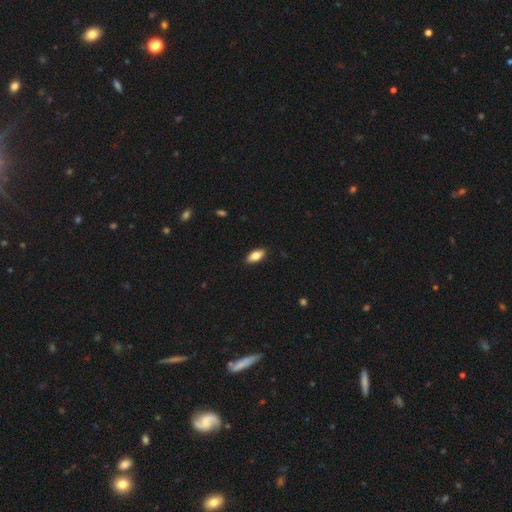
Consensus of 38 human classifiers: smooth 82%, featured or disk 13%, star or artifact 5%. Down the decision tree: how rounded — in between (94%); merging — none (94%).